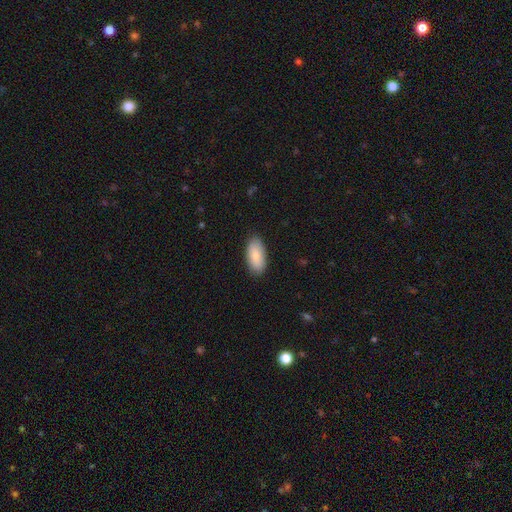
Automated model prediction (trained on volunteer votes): This is clearly a smooth galaxy (83%). How rounded: clearly in between (93%). Merging: clearly none (86%).